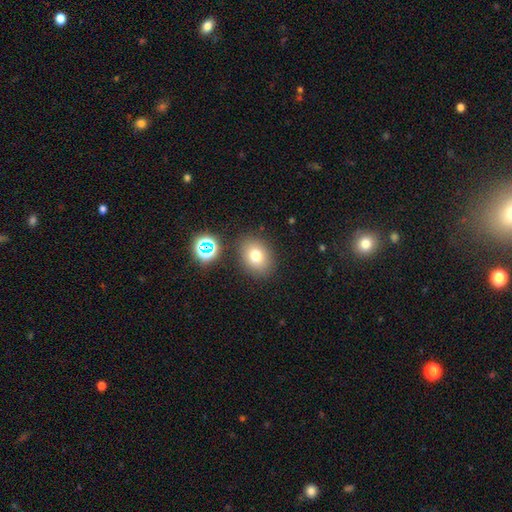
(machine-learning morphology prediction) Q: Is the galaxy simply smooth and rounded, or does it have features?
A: smooth — 75%.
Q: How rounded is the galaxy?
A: in between — 58%.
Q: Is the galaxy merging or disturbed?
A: none — 84%.